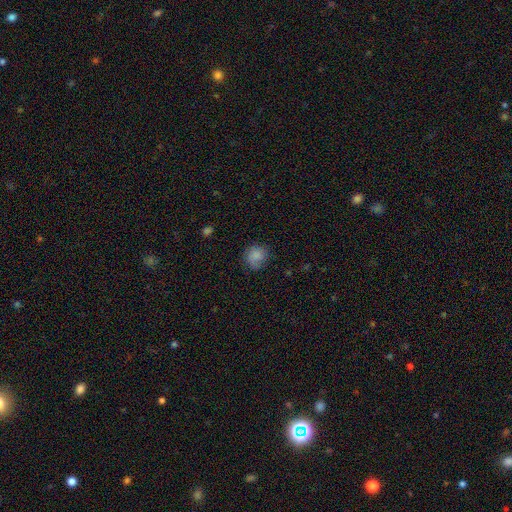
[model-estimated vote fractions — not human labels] Overall: smooth (82%). How rounded: round (76%). Merging: none (68%).